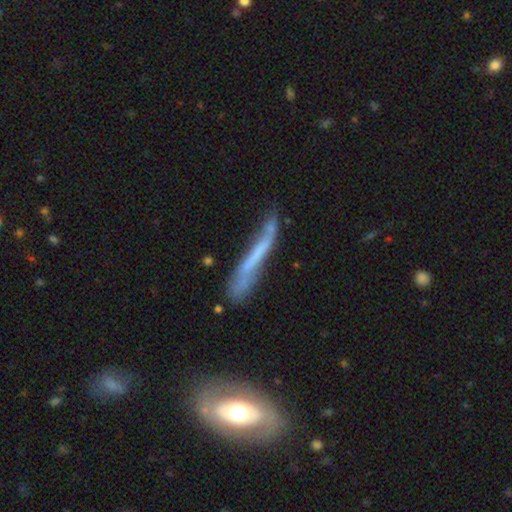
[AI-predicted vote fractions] Q: Smooth or featured?
A: featured or disk (49%); runner-up: smooth (42%)
Q: Merging?
A: none (47%); runner-up: minor disturbance (30%)